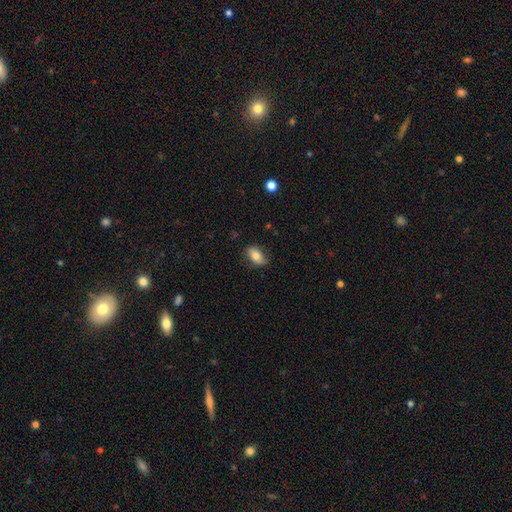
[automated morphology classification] smooth 75%, featured or disk 18%, star or artifact 7%. Down the decision tree: how rounded — in between (89%); merging — none (79%).